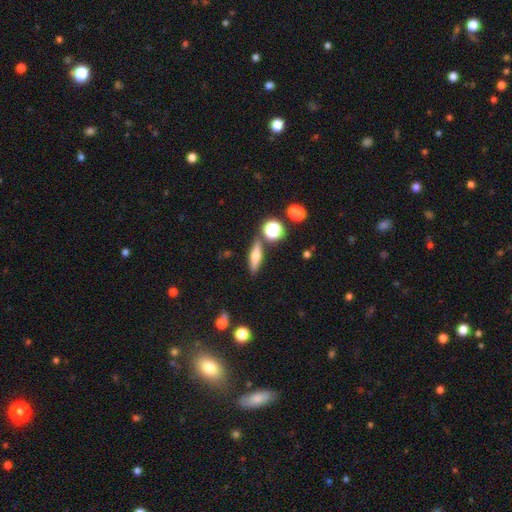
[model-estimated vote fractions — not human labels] Smooth or featured? smooth (54%)
How rounded? cigar-shaped (60%)
Merging? none (80%)